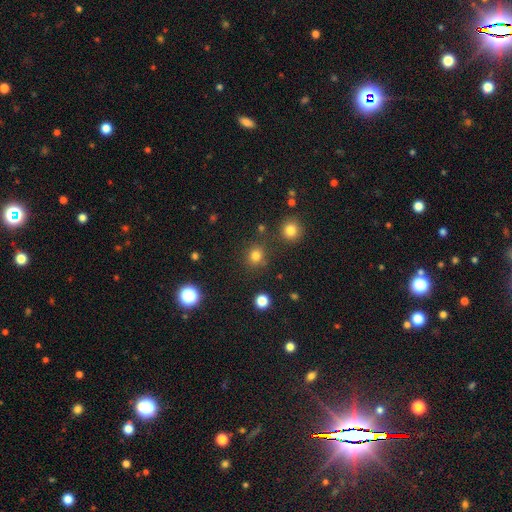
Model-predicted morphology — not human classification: Smooth or featured? smooth (79%)
How rounded? round (87%)
Merging? none (84%)